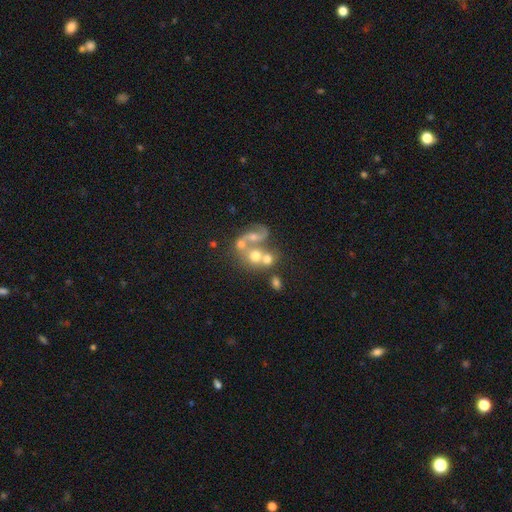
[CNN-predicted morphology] Smooth or featured? Predicted: smooth (p=0.44). Merging? Predicted: merger (p=0.52).